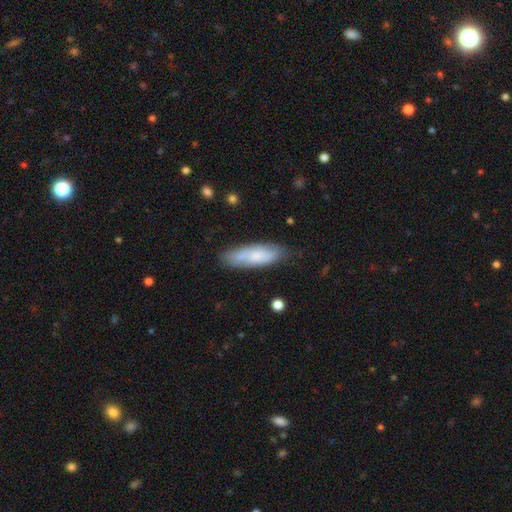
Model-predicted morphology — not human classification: This is likely a smooth galaxy (69%). How rounded: possibly in between (54%). Merging: likely none (71%).